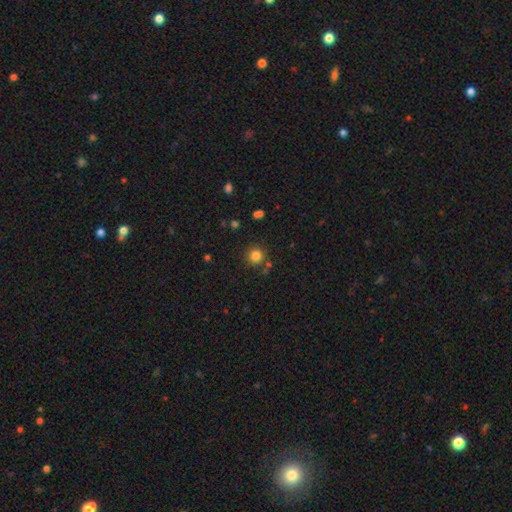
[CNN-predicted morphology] This appears to be a smooth galaxy with no disk features (81%) that is round (94%). Merging: none (85%).